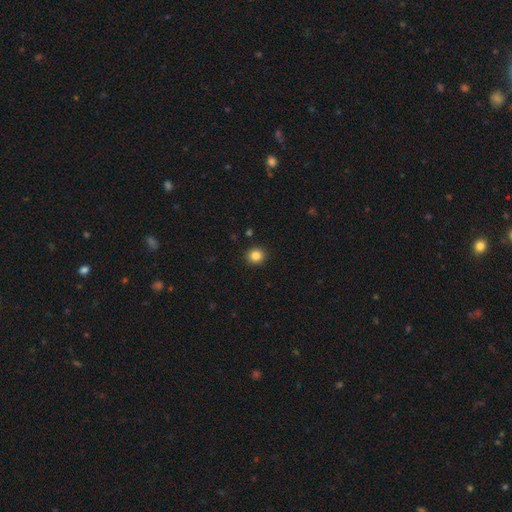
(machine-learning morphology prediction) The model was most divided on "smooth or featured": smooth: 84%, star or artifact: 11%, featured or disk: 5%. More confident: merging — none (92%); how rounded — round (88%).